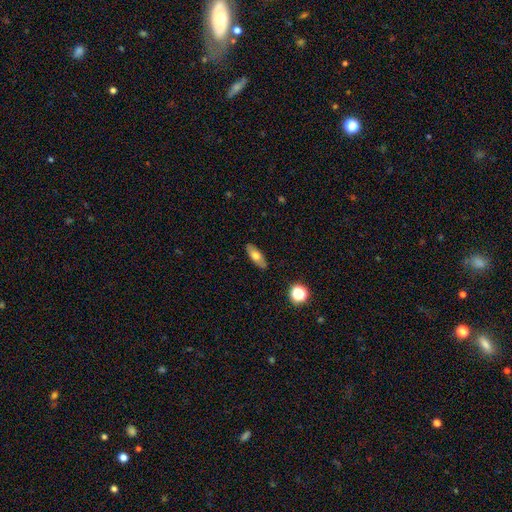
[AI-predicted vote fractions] Smooth or featured?
  - smooth: 64% *
  - featured or disk: 28%
  - star or artifact: 8%
How rounded?
  - in between: 71% *
  - cigar-shaped: 25%
  - round: 4%
Merging?
  - none: 87% *
  - minor disturbance: 10%
  - major disturbance: 2%
  - merger: 1%